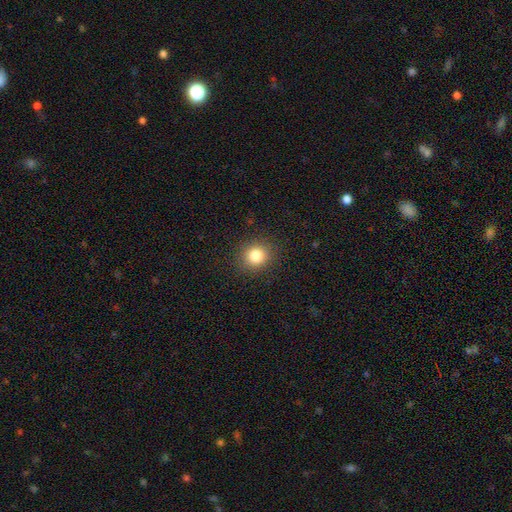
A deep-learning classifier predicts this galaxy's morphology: This appears to be a smooth galaxy with no disk features (82%) that is round (83%). Merging: none (90%).